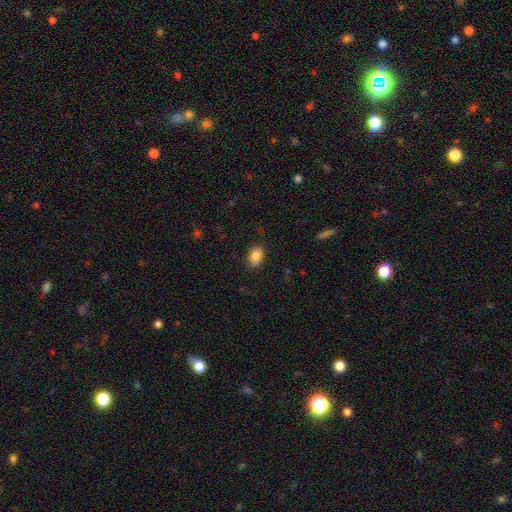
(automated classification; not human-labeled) Smooth or featured?
  - smooth: 85% *
  - star or artifact: 9%
  - featured or disk: 7%
How rounded?
  - in between: 82% *
  - round: 17%
  - cigar-shaped: 1%
Merging?
  - none: 82% *
  - minor disturbance: 14%
  - major disturbance: 3%
  - merger: 1%